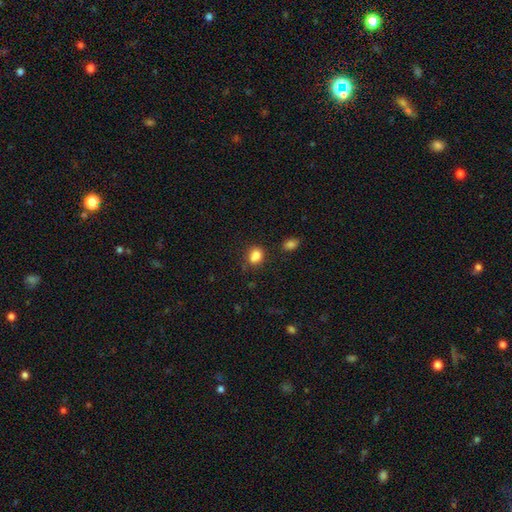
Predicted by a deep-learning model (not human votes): Smooth or featured? smooth (83%)
How rounded? in between (53%)
Merging? none (66%)